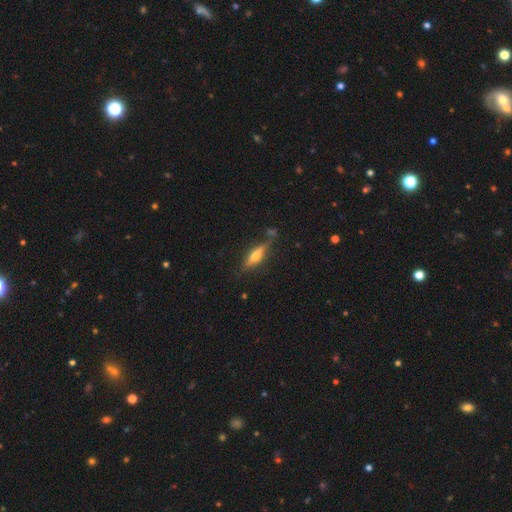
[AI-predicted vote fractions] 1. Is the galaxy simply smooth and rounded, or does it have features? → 59% featured or disk, 34% smooth, 8% star or artifact.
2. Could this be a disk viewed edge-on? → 94% yes, 6% no.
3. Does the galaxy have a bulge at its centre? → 89% rounded, 7% boxy, 4% none.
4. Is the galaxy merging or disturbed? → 77% none, 14% minor disturbance, 5% merger, 4% major disturbance.